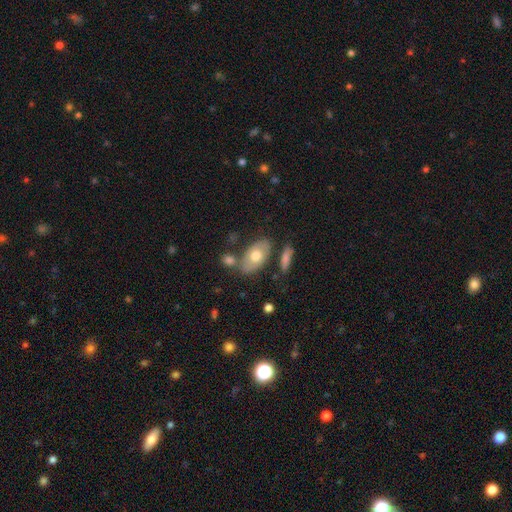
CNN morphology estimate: type=smooth (63%); roundness=in between (91%); merging=none (67%).